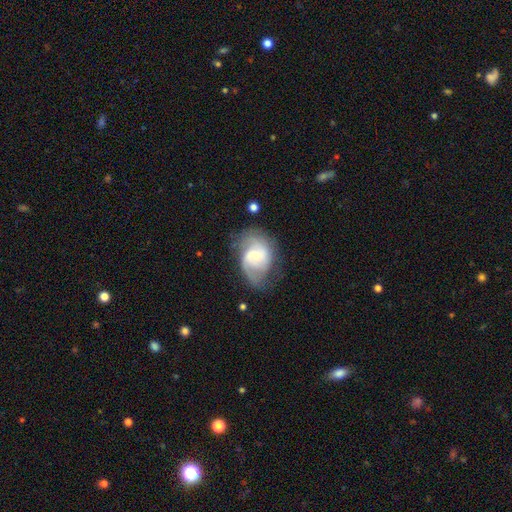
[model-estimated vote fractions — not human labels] Smooth or featured?
  - featured or disk: 74% *
  - smooth: 20%
  - star or artifact: 6%
Edge-on disk?
  - no: 97% *
  - yes: 3%
Bar?
  - no: 48% *
  - weak: 44%
  - strong: 8%
Spiral arms?
  - yes: 92% *
  - no: 8%
Spiral winding?
  - medium: 48% *
  - tight: 26%
  - loose: 26%
Spiral arm count?
  - 2: 67% *
  - can't tell: 15%
  - 1: 7%
  - 3: 7%
  - 4: 2%
  - more than 4: 2%
Bulge size?
  - small: 53% *
  - moderate: 36%
  - large: 5%
  - none: 4%
  - dominant: 1%
Merging?
  - none: 55% *
  - minor disturbance: 25%
  - major disturbance: 18%
  - merger: 3%